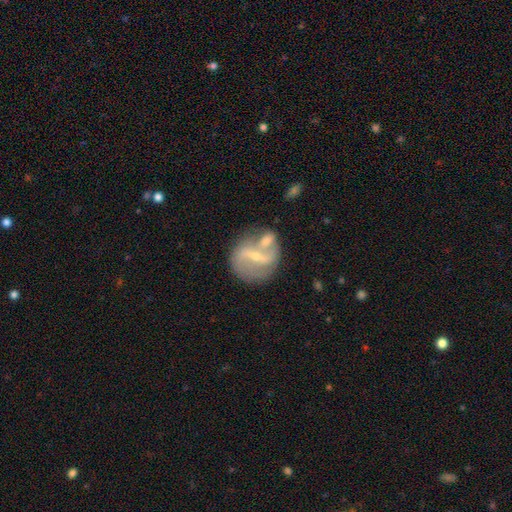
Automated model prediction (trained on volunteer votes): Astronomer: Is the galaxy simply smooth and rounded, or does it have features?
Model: featured or disk — 75%.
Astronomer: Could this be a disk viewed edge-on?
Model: no — 95%.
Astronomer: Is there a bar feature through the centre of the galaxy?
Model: strong — 50% (runner-up: weak, 33%).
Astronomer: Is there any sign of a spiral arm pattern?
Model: yes — 75%.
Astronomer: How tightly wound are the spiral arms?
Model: loose — 47% (runner-up: medium, 37%).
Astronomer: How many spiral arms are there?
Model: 2 — 81%.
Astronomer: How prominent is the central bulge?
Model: small — 67%.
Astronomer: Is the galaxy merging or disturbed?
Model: none — 46% (runner-up: merger, 29%).